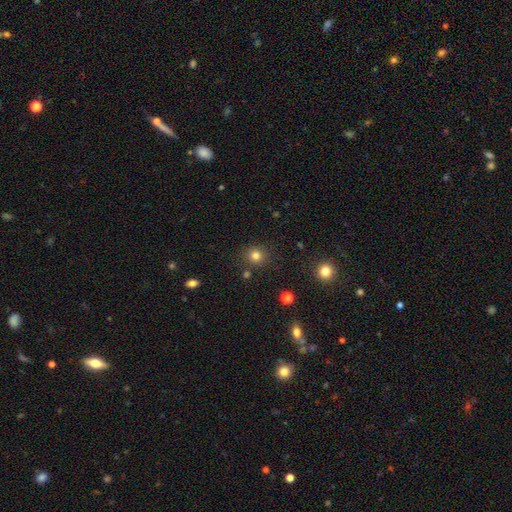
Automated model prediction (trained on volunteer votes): This is clearly a smooth galaxy (80%). How rounded: clearly round (90%). Merging: clearly none (86%).